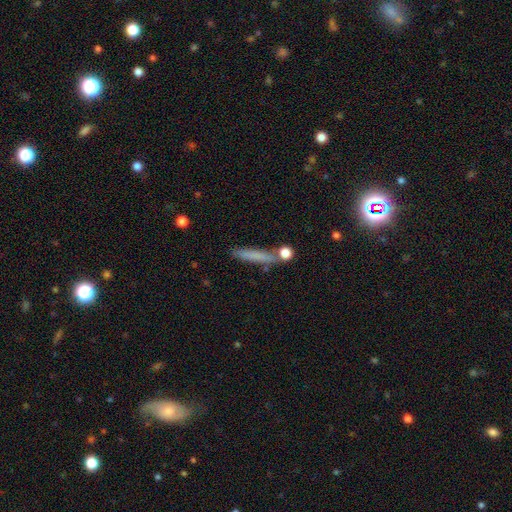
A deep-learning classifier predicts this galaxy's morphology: The model was most divided on "smooth or featured": smooth: 68%, featured or disk: 22%, star or artifact: 10%. More confident: how rounded — cigar-shaped (91%); merging — none (75%).